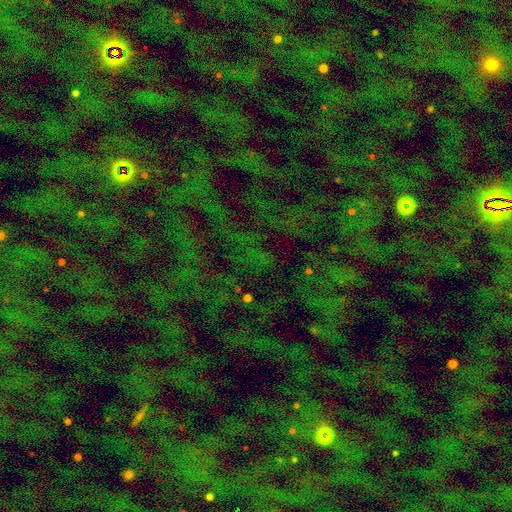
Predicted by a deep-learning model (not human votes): Smooth or featured: star or artifact — 73% (smooth — 18%)